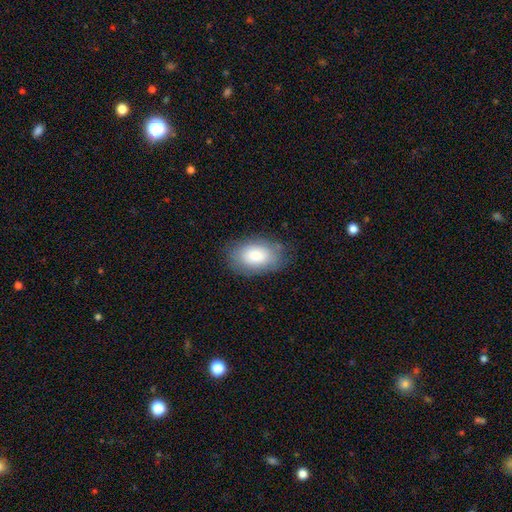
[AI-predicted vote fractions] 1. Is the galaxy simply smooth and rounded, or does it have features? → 82% smooth, 11% featured or disk, 7% star or artifact.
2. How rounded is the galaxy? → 91% in between, 7% round, 1% cigar-shaped.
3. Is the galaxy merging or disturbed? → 76% none, 17% minor disturbance, 6% major disturbance, 1% merger.